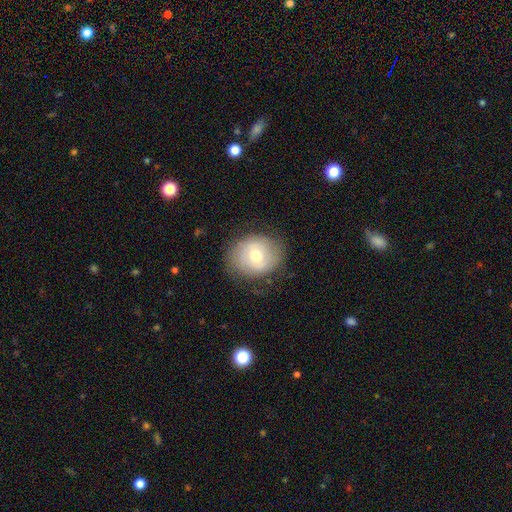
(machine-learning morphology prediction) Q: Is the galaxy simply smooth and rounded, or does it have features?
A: featured or disk — 47%.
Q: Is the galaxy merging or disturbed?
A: none — 75%.